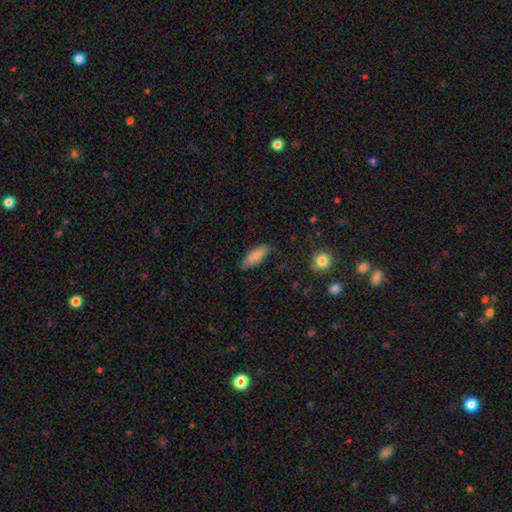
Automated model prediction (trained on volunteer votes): smooth_or_featured: smooth (p=0.81) [alt: featured or disk p=0.12]
how_rounded: in between (p=0.74) [alt: cigar-shaped p=0.24]
merging: none (p=0.78) [alt: minor disturbance p=0.17]